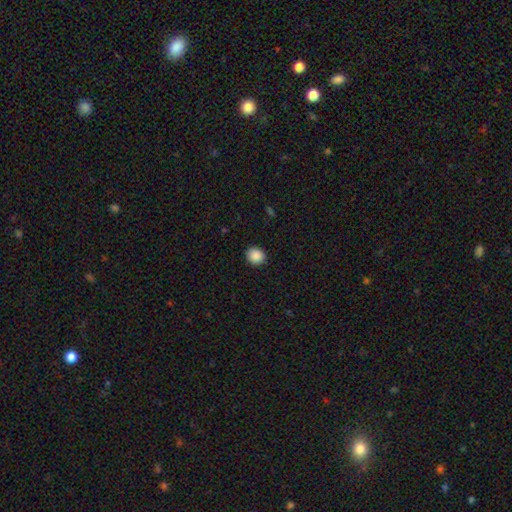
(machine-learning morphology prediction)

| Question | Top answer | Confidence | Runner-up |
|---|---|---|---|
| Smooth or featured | smooth | 88% | star or artifact (9%) |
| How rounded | round | 78% | in between (21%) |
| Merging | none | 91% | minor disturbance (7%) |